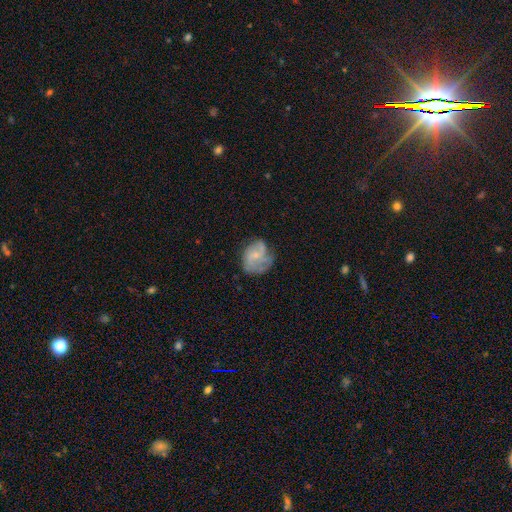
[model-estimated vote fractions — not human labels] smooth_or_featured: featured or disk (p=0.61) [alt: smooth p=0.31]
disk_edge_on: no (p=0.98) [alt: yes p=0.02]
bar: no (p=0.66) [alt: weak p=0.30]
has_spiral_arms: yes (p=0.83) [alt: no p=0.17]
bulge_size: small (p=0.65) [alt: moderate p=0.18]
merging: none (p=0.53) [alt: minor disturbance p=0.27]